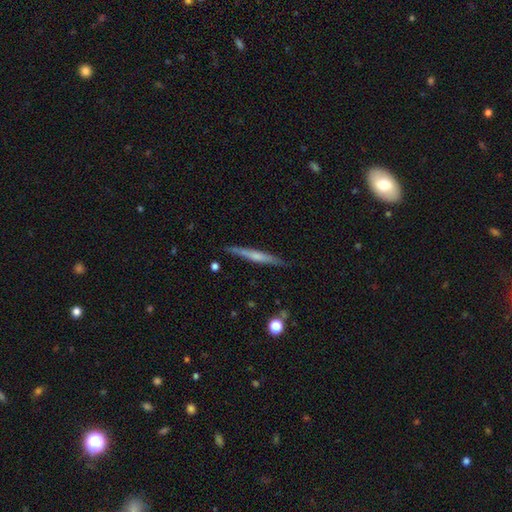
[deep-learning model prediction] A featured or disk galaxy (52%) viewed edge-on (96%). Merging: none (87%).